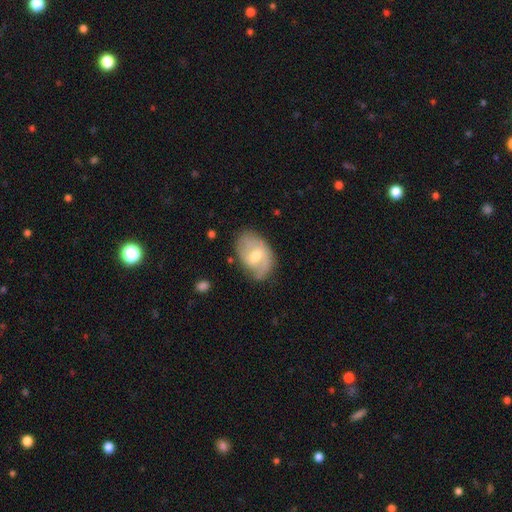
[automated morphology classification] Smooth or featured? Predicted: featured or disk (p=0.65). Edge-on disk? Predicted: no (p=0.96). Bar? Predicted: weak (p=0.55). Spiral arms? Predicted: yes (p=0.83). Spiral winding? Predicted: medium (p=0.42). Spiral arm count? Predicted: 2 (p=0.59). Bulge size? Predicted: moderate (p=0.60). Merging? Predicted: none (p=0.63).